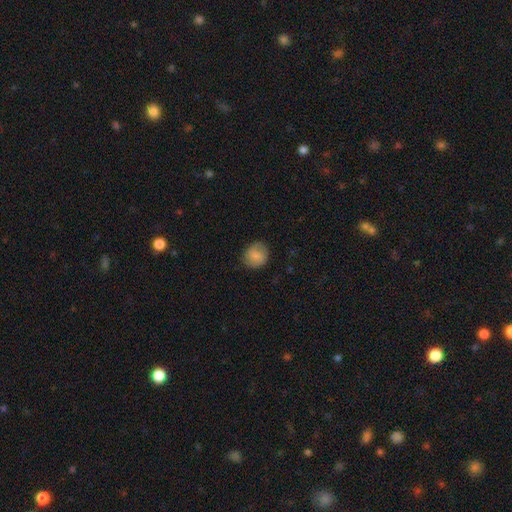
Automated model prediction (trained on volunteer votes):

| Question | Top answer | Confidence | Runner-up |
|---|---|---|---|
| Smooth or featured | smooth | 83% | featured or disk (9%) |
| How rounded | round | 76% | in between (23%) |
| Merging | none | 79% | minor disturbance (16%) |